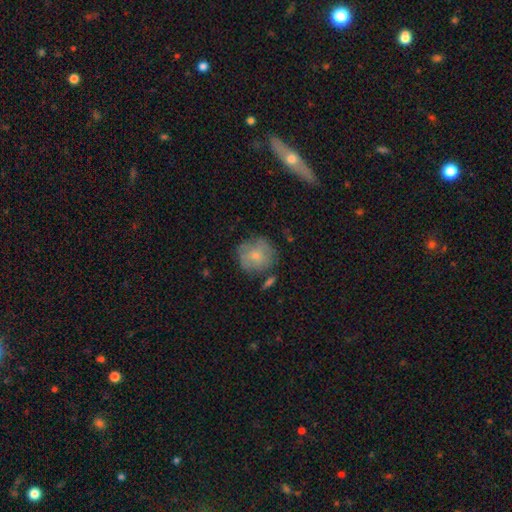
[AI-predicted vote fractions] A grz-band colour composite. It shows a smooth galaxy with no disk features (67%) that is round (88%). Merging: none (65%).